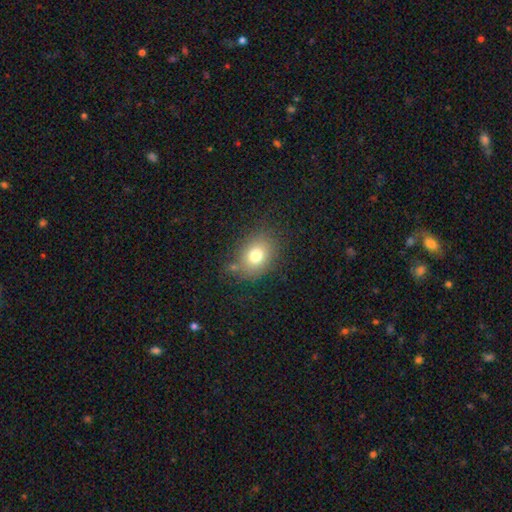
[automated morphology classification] The model was most divided on "how rounded": in between: 58%, round: 41%, cigar-shaped: 1%. More confident: smooth or featured — smooth (76%); merging — none (75%).